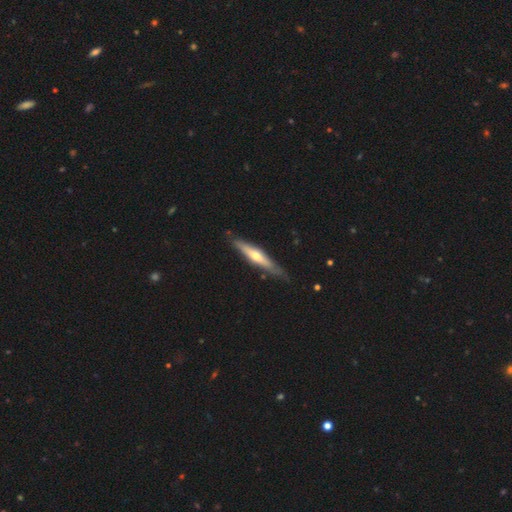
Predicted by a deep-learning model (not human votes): featured or disk 57%, smooth 38%, star or artifact 5%. Down the decision tree: edge-on disk — yes (92%); edge-on bulge — rounded (83%); merging — none (81%).